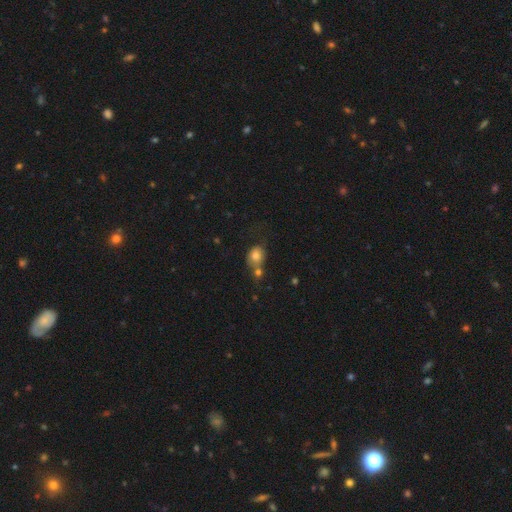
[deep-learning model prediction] Overall: smooth (77%). How rounded: round (60%; in between 39%). Merging: merger (41%; none 36%).